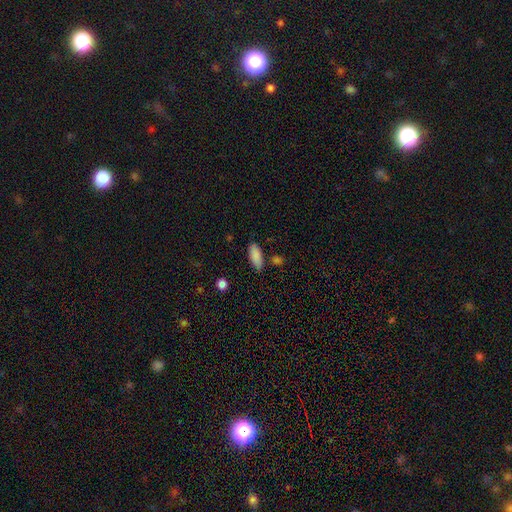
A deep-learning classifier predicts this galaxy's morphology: Smooth or featured: smooth — 87% (star or artifact — 7%)
How rounded: in between — 81% (cigar-shaped — 17%)
Merging: none — 76% (minor disturbance — 16%)